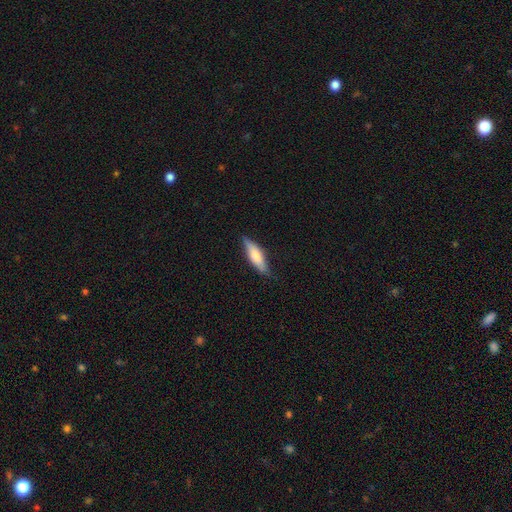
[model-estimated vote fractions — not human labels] Smooth or featured: smooth — 57% (featured or disk — 37%)
How rounded: cigar-shaped — 61% (in between — 37%)
Merging: none — 81% (minor disturbance — 15%)